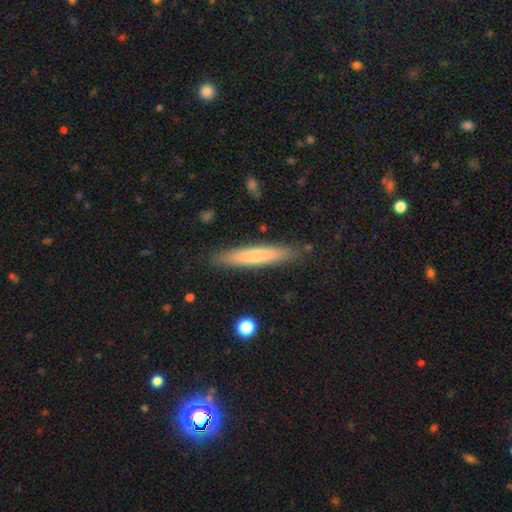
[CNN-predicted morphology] Smooth or featured?
  - smooth: 68% *
  - featured or disk: 26%
  - star or artifact: 6%
How rounded?
  - cigar-shaped: 92% *
  - in between: 7%
  - round: 1%
Merging?
  - none: 88% *
  - minor disturbance: 9%
  - major disturbance: 2%
  - merger: 1%